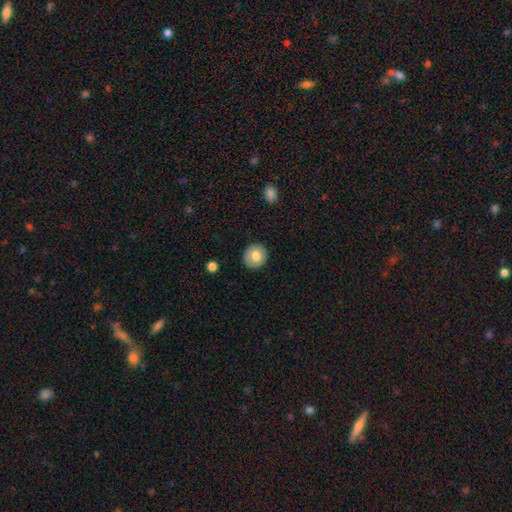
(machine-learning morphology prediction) A smooth galaxy with no disk features (76%) that is round (86%).

Vote fractions:
- Smooth or featured? smooth: 76% / featured or disk: 17% / star or artifact: 8%
- How rounded? round: 86% / in between: 13% / cigar-shaped: 1%
- Merging? none: 88% / minor disturbance: 8% / major disturbance: 2% / merger: 1%